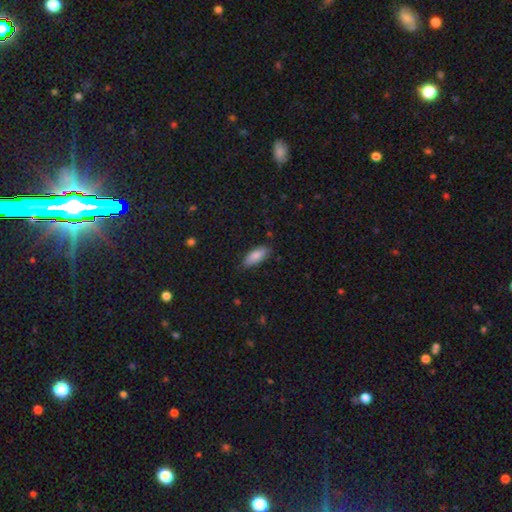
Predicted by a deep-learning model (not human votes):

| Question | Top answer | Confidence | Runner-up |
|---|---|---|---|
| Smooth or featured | smooth | 85% | featured or disk (9%) |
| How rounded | in between | 82% | cigar-shaped (16%) |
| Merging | none | 81% | minor disturbance (16%) |